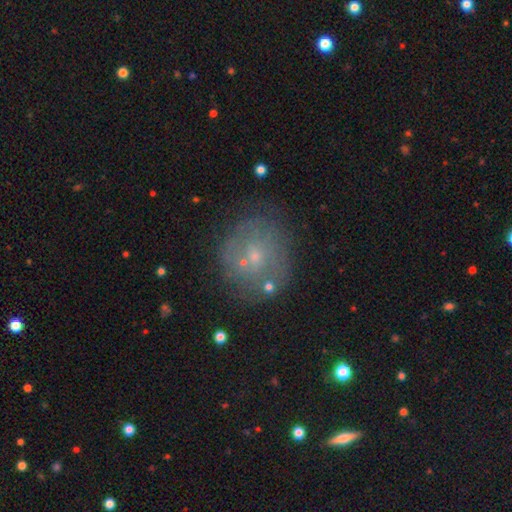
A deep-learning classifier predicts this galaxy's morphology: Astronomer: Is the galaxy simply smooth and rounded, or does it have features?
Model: featured or disk — 45% (runner-up: smooth, 38%).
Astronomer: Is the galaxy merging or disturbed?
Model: none — 67%.